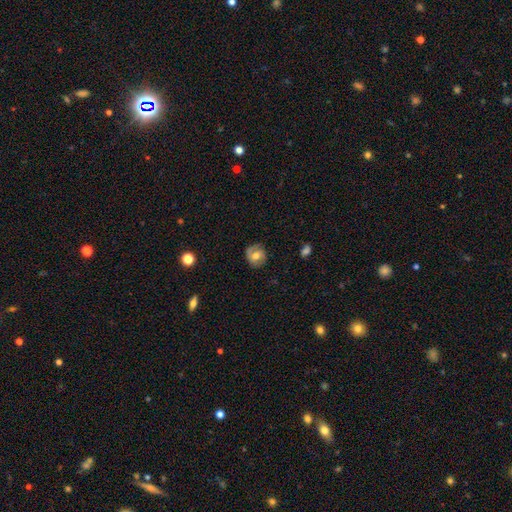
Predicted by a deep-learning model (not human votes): A featured or disk galaxy (47%).

Vote fractions:
- Smooth or featured? featured or disk: 47% / smooth: 45% / star or artifact: 8%
- Merging? none: 75% / minor disturbance: 18% / major disturbance: 6% / merger: 1%